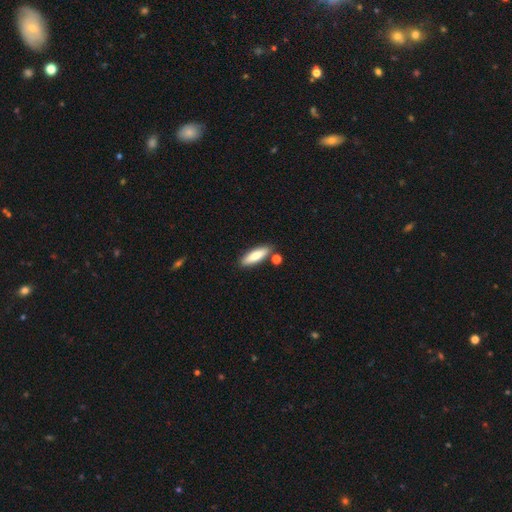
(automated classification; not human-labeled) Smooth or featured?
  - smooth: 79% *
  - featured or disk: 15%
  - star or artifact: 6%
How rounded?
  - cigar-shaped: 55% *
  - in between: 43%
  - round: 2%
Merging?
  - none: 80% *
  - minor disturbance: 10%
  - merger: 8%
  - major disturbance: 2%